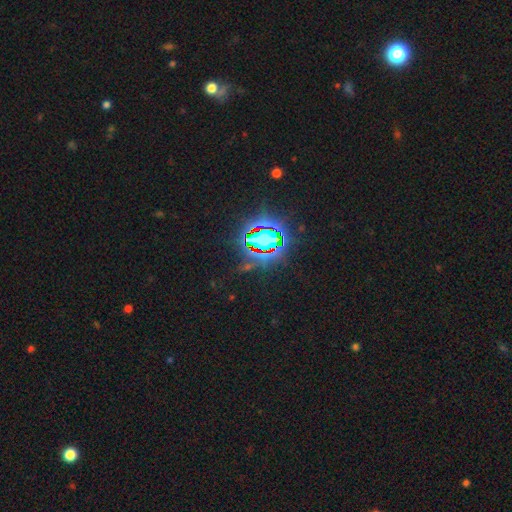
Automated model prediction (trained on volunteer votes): A star or artifact, not a galaxy (84%).